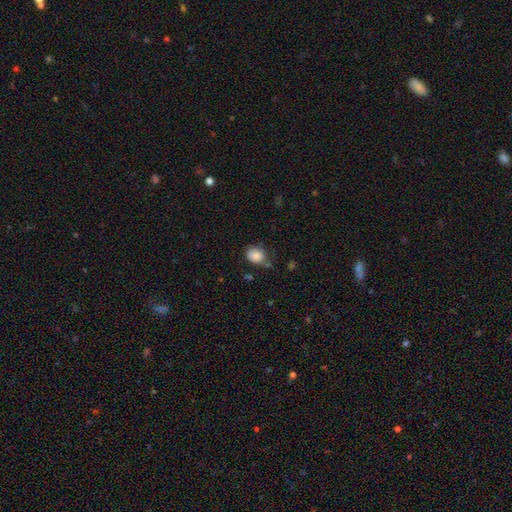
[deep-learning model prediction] Smooth or featured? smooth (85%)
How rounded? in between (51%)
Merging? none (64%)